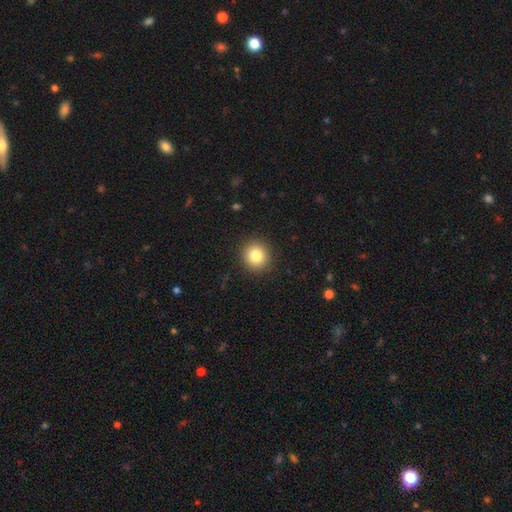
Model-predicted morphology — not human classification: Q: Smooth or featured?
A: smooth (82%); runner-up: star or artifact (10%)
Q: How rounded?
A: round (91%); runner-up: in between (8%)
Q: Merging?
A: none (92%); runner-up: minor disturbance (5%)